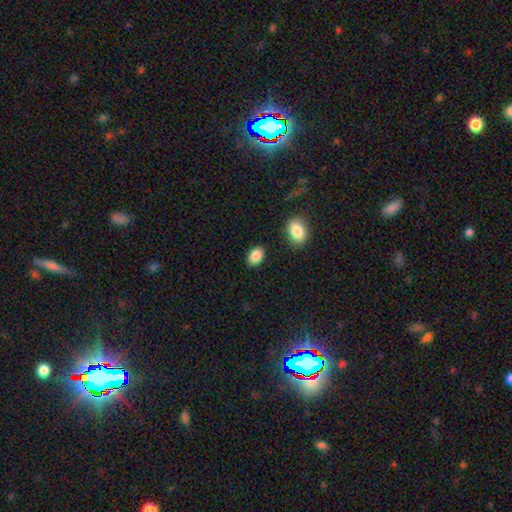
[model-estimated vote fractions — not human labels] Morphology: type=smooth (87%); roundness=in between (82%); merging=none (85%).